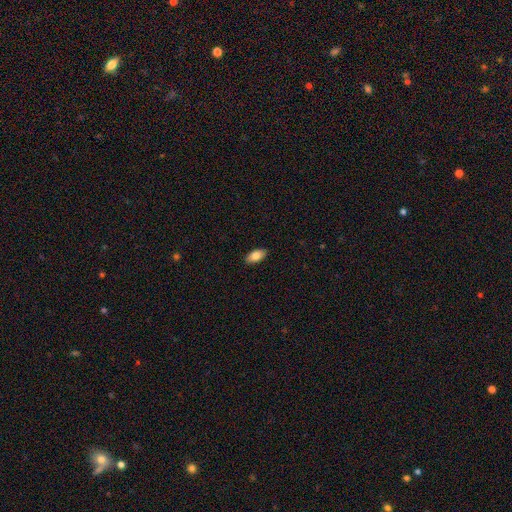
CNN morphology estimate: This is clearly a smooth galaxy (83%). How rounded: clearly in between (91%). Merging: clearly none (89%).